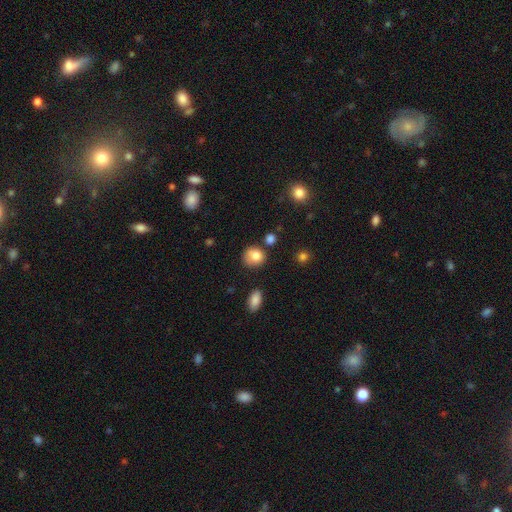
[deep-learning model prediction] Smooth or featured? smooth (81%)
How rounded? round (80%)
Merging? none (71%)